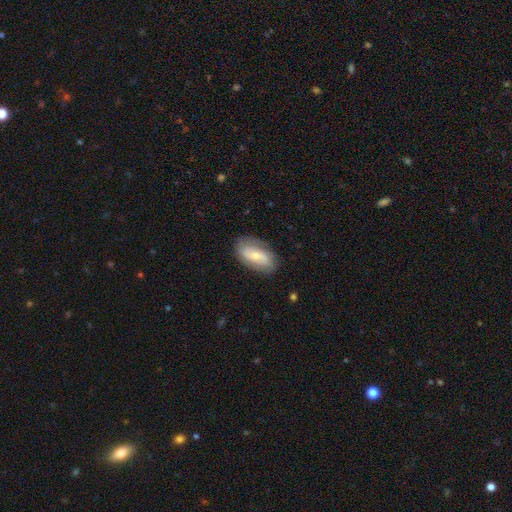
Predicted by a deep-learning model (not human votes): smooth_or_featured: featured or disk (p=0.48) [alt: smooth p=0.46]
merging: none (p=0.80) [alt: minor disturbance p=0.15]